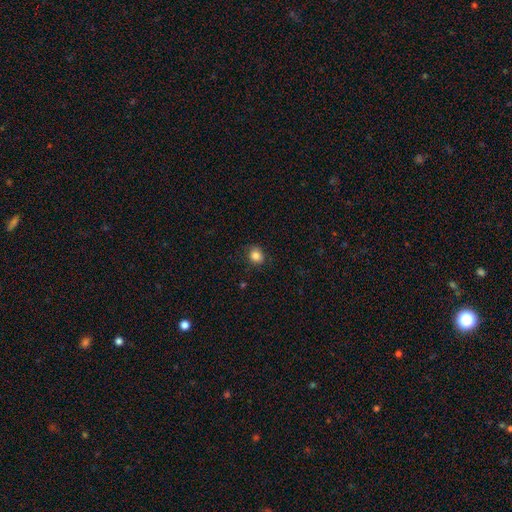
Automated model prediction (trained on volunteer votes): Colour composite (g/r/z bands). It shows a smooth galaxy with no disk features (84%) that is round (62%). Merging: none (81%).